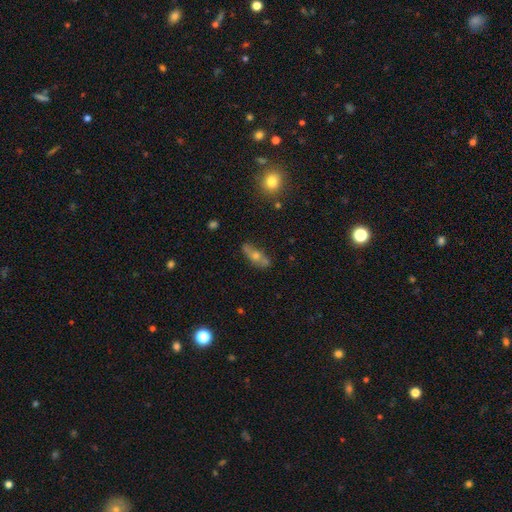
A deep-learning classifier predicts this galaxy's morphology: featured or disk 47%, smooth 39%, star or artifact 14%. Down the decision tree: merging — none (70%).